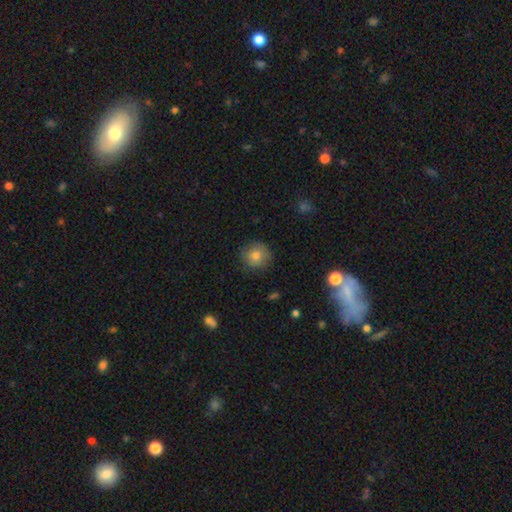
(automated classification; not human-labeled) Q: Smooth or featured?
A: smooth (81%); runner-up: star or artifact (10%)
Q: How rounded?
A: round (92%); runner-up: in between (7%)
Q: Merging?
A: none (83%); runner-up: minor disturbance (13%)